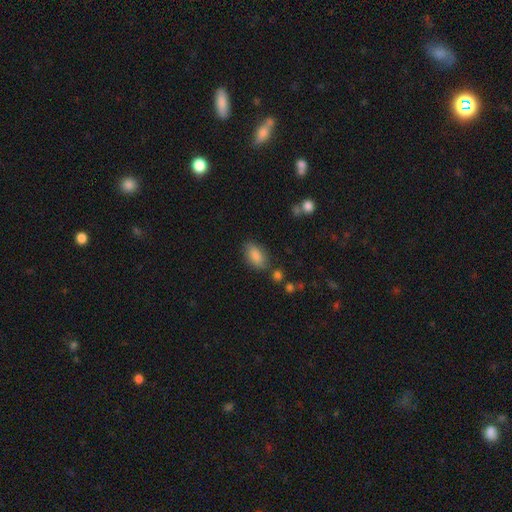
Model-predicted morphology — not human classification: type=smooth (86%); roundness=in between (91%); merging=none (76%).